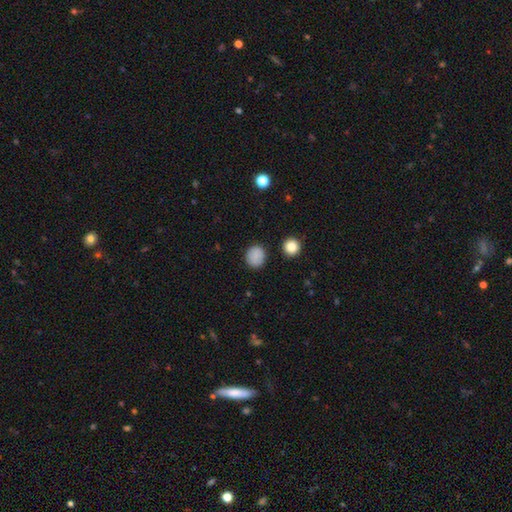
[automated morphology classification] smooth_or_featured: smooth (p=0.85) [alt: star or artifact p=0.09]
how_rounded: round (p=0.87) [alt: in between p=0.12]
merging: none (p=0.88) [alt: minor disturbance p=0.08]